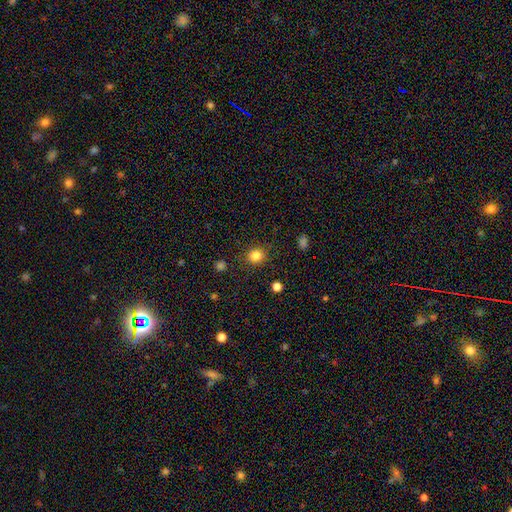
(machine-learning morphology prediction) A smooth galaxy with no disk features (82%) that is round (79%).

Vote fractions:
- Smooth or featured? smooth: 82% / star or artifact: 13% / featured or disk: 5%
- How rounded? round: 79% / in between: 20% / cigar-shaped: 1%
- Merging? none: 86% / minor disturbance: 9% / major disturbance: 3% / merger: 2%